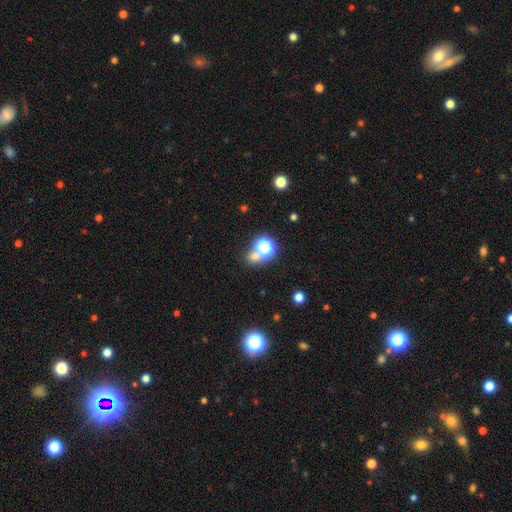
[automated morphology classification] Q: Smooth or featured?
A: smooth (56%); runner-up: star or artifact (36%)
Q: How rounded?
A: round (76%); runner-up: in between (23%)
Q: Merging?
A: none (59%); runner-up: merger (28%)